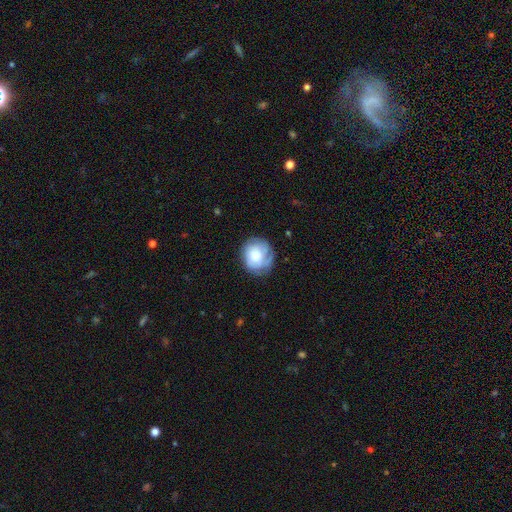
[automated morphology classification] Smooth or featured? Predicted: smooth (p=0.50). Merging? Predicted: none (p=0.66).